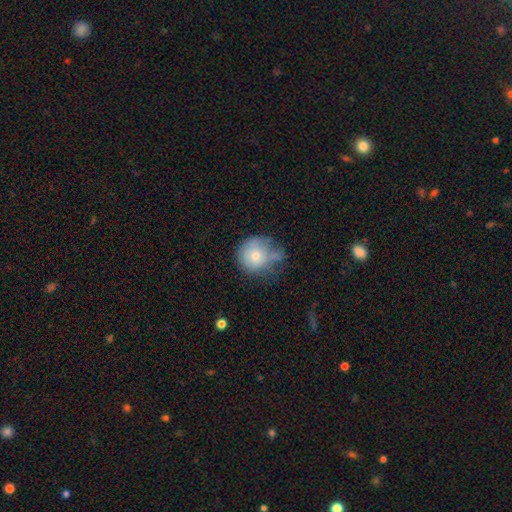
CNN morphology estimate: Smooth or featured: smooth — 68% (featured or disk — 24%)
How rounded: round — 84% (in between — 15%)
Merging: none — 36% (minor disturbance — 32%)